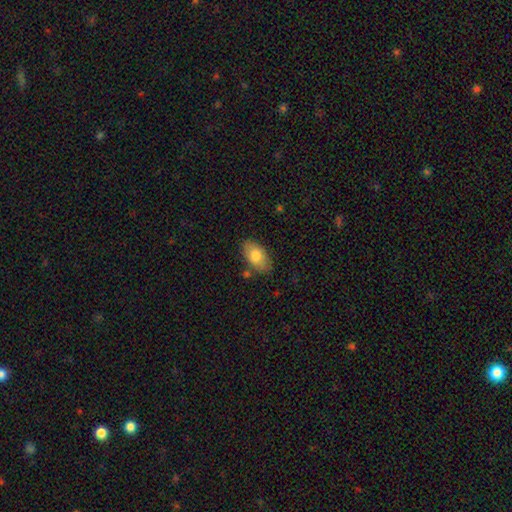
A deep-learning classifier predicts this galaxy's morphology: This appears to be a smooth galaxy with no disk features (80%) that is in between round and cigar-shaped (93%). Merging: none (79%).